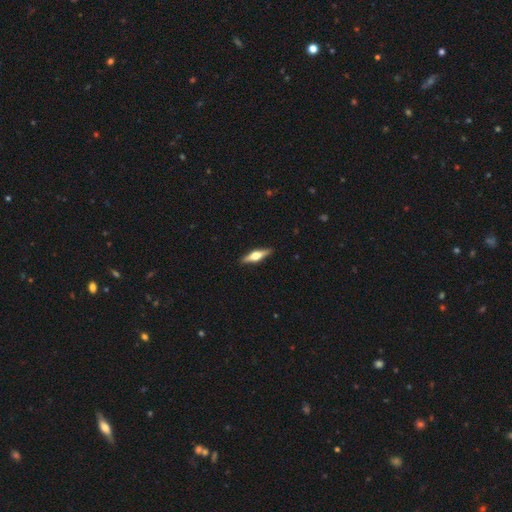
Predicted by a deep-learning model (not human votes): This is likely a featured or disk galaxy (62%). It is clearly viewed edge-on (96%). Edge-on bulge: clearly rounded (94%). Merging: clearly none (90%).